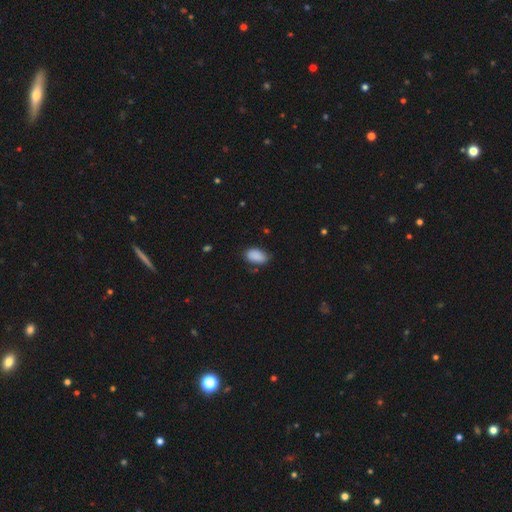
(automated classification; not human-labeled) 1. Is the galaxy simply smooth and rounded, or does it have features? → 89% smooth, 8% star or artifact, 4% featured or disk.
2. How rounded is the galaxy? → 93% in between, 5% round, 2% cigar-shaped.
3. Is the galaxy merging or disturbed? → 74% none, 20% minor disturbance, 4% major disturbance, 2% merger.